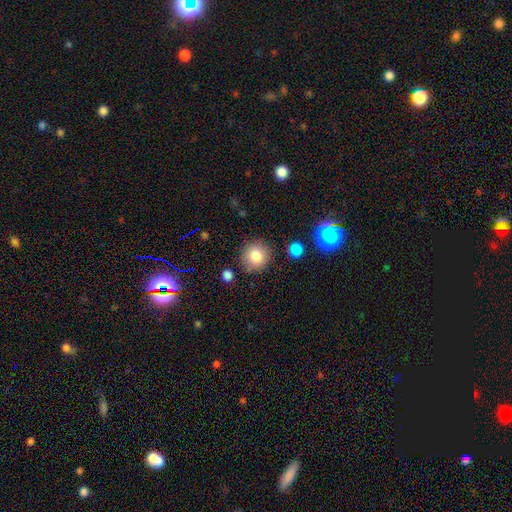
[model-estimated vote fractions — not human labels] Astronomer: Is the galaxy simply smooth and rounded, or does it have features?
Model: smooth — 83%.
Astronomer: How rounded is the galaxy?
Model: round — 90%.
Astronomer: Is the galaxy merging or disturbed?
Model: none — 84%.